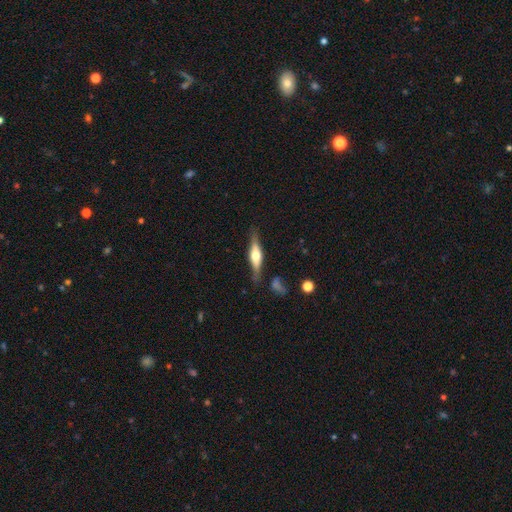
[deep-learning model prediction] smooth_or_featured: featured or disk (p=0.65) [alt: smooth p=0.28]
disk_edge_on: yes (p=0.94) [alt: no p=0.06]
edge_on_bulge: rounded (p=0.88) [alt: boxy p=0.09]
merging: none (p=0.78) [alt: minor disturbance p=0.14]